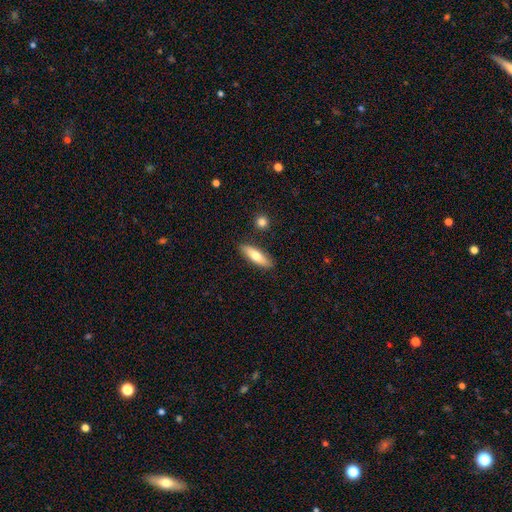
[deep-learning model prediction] Morphology: type=smooth (70%); roundness=cigar-shaped (56%); merging=none (86%).